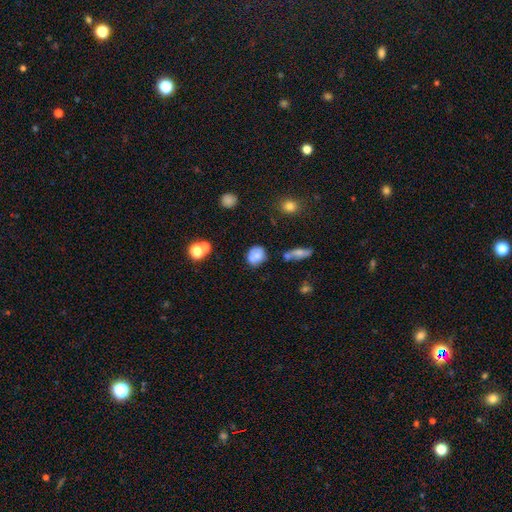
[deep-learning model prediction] smooth_or_featured: smooth (p=0.68) [alt: featured or disk p=0.20]
how_rounded: round (p=0.63) [alt: in between p=0.36]
merging: none (p=0.61) [alt: minor disturbance p=0.20]